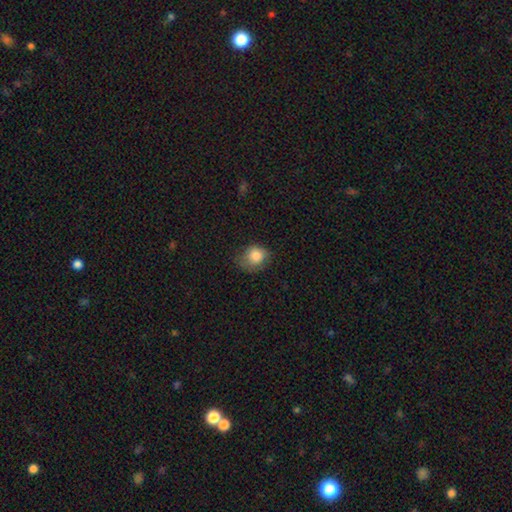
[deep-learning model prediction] This is clearly a smooth galaxy (83%). How rounded: likely round (63%). Merging: possibly none (56%).